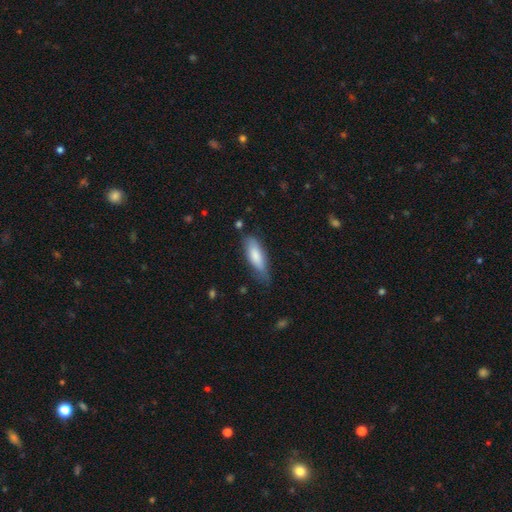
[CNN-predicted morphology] This is likely a smooth galaxy (80%). How rounded: possibly in between (58%). Merging: likely none (64%).